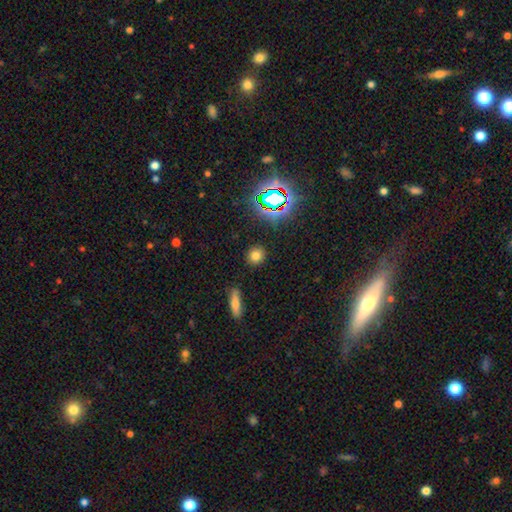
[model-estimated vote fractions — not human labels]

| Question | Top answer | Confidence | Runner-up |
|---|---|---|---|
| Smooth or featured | smooth | 74% | star or artifact (19%) |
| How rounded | round | 86% | in between (13%) |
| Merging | none | 90% | minor disturbance (6%) |